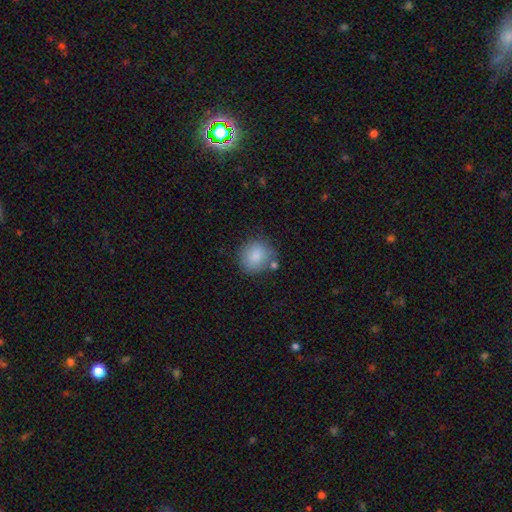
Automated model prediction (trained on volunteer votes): The model was most divided on "how rounded": round: 76%, in between: 23%, cigar-shaped: 1%. More confident: smooth or featured — smooth (85%); merging — none (71%).